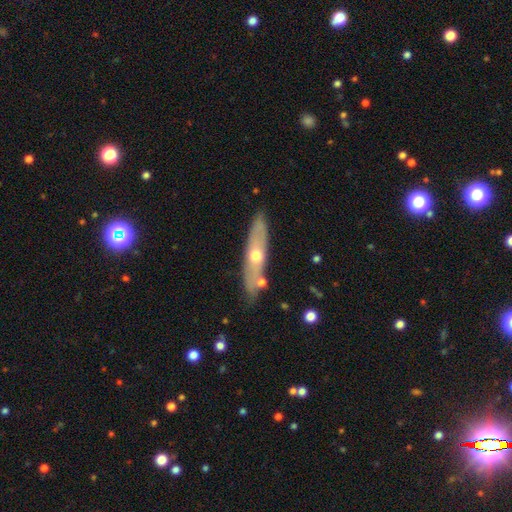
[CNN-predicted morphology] A featured or disk galaxy (52%) viewed edge-on (64%).

Vote fractions:
- Smooth or featured? featured or disk: 52% / smooth: 43% / star or artifact: 6%
- Edge-on disk? yes: 64% / no: 36%
- Merging? none: 79% / minor disturbance: 13% / merger: 5% / major disturbance: 3%